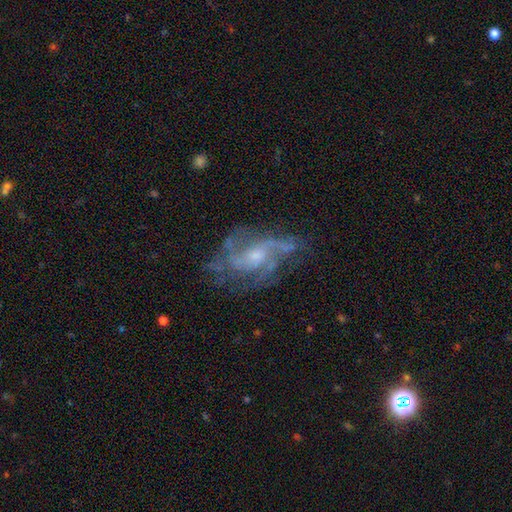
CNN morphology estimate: A featured or disk galaxy (85%) with no bar (56%), 2 (35%) medium (48%) spiral arms (92%) and a small central bulge (50%). Merging: none (60%).